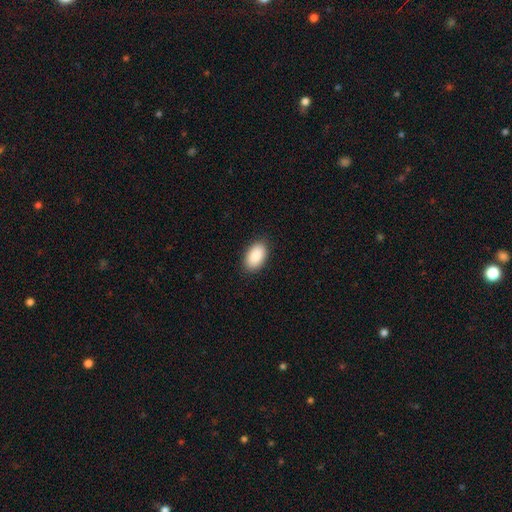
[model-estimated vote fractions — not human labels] This appears to be a smooth galaxy with no disk features (91%) that is in between round and cigar-shaped (94%). Merging: none (89%).